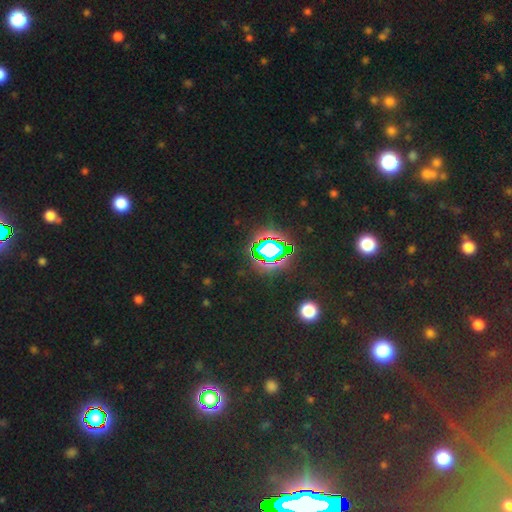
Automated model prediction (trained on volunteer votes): Smooth or featured: star or artifact — 80% (smooth — 13%)